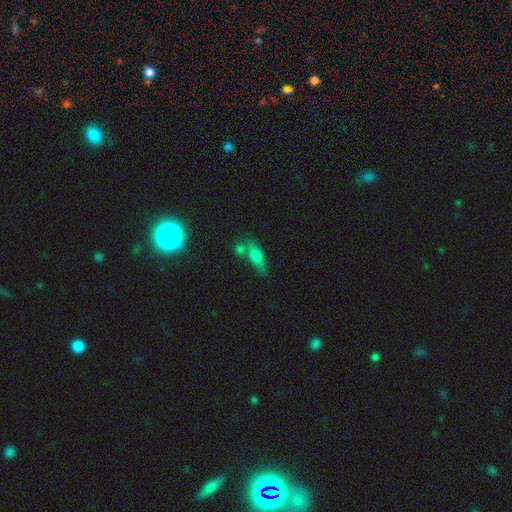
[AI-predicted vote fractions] Smooth or featured? smooth (71%)
How rounded? in between (62%)
Merging? none (46%)